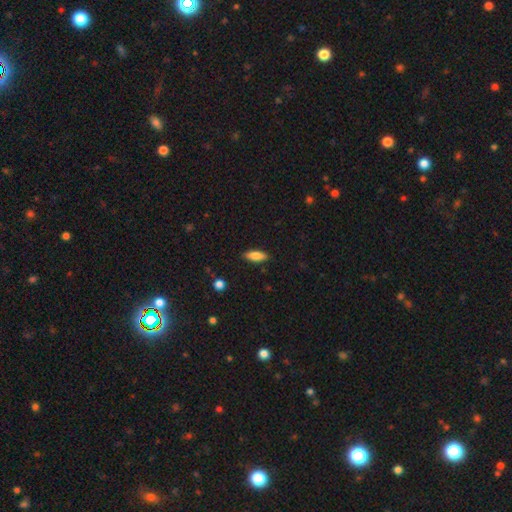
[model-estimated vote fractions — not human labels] Q: Smooth or featured?
A: smooth (83%); runner-up: featured or disk (11%)
Q: How rounded?
A: in between (68%); runner-up: cigar-shaped (30%)
Q: Merging?
A: none (87%); runner-up: minor disturbance (10%)